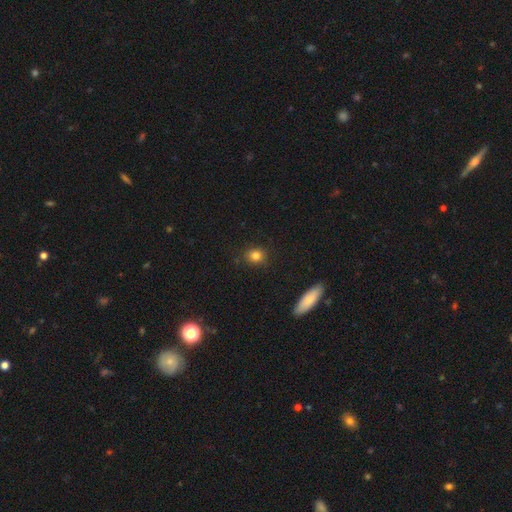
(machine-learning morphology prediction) Smooth or featured: smooth — 81% (star or artifact — 12%)
How rounded: round — 72% (in between — 26%)
Merging: none — 87% (minor disturbance — 10%)